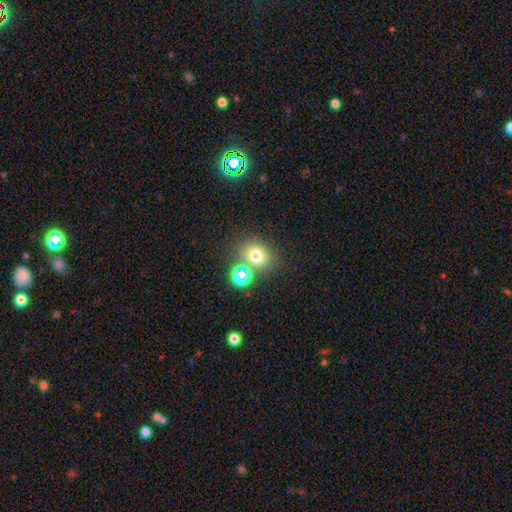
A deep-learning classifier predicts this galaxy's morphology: Smooth or featured: smooth — 71% (star or artifact — 20%)
How rounded: round — 66% (in between — 33%)
Merging: none — 66% (merger — 20%)